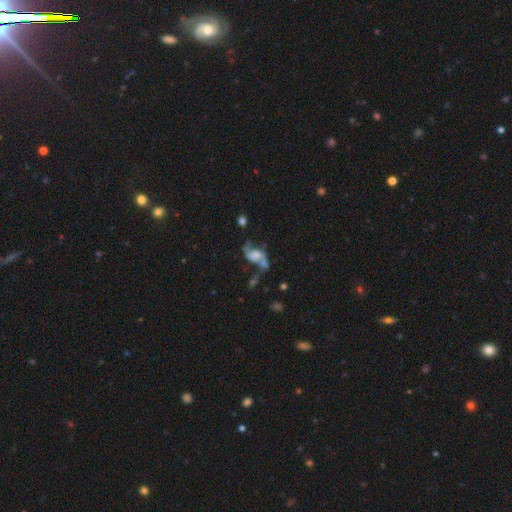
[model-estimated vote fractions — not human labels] featured or disk 72%, smooth 18%, star or artifact 10%. Down the decision tree: edge-on disk — no (96%); bar — no (58%); spiral arms — yes (87%); spiral arm count — 2 (87%); spiral winding — loose (74%); bulge size — none (32%); merging — none (37%).